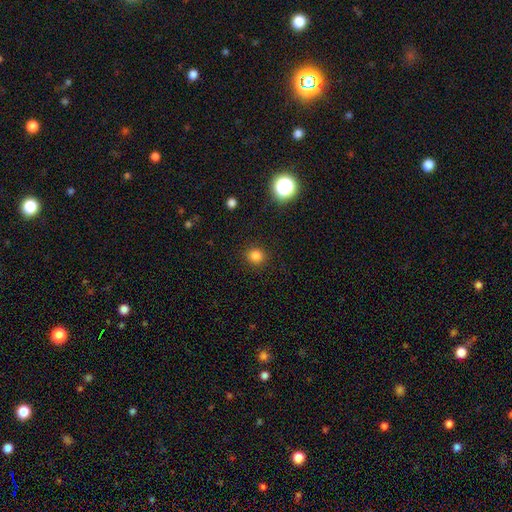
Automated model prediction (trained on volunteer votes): Q: Smooth or featured?
A: smooth (82%); runner-up: star or artifact (14%)
Q: How rounded?
A: round (84%); runner-up: in between (15%)
Q: Merging?
A: none (89%); runner-up: minor disturbance (7%)